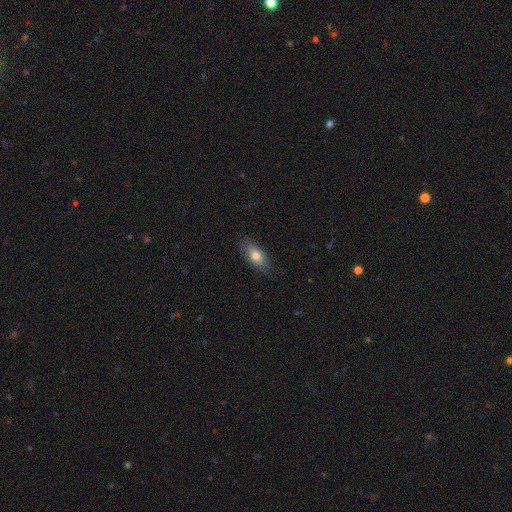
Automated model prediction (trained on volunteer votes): The model was most divided on "smooth or featured": smooth: 75%, featured or disk: 18%, star or artifact: 7%. More confident: merging — none (85%); how rounded — in between (82%).